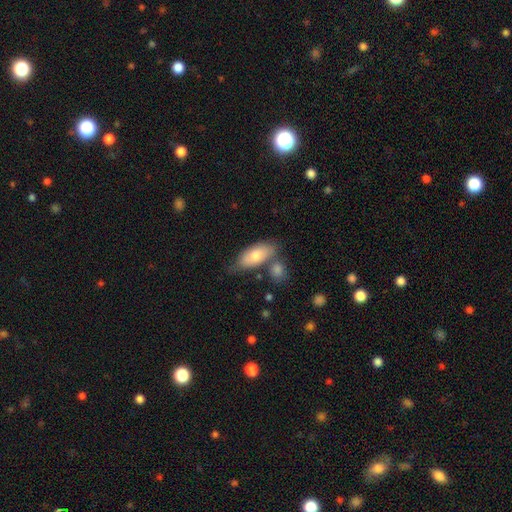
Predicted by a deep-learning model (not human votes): Q: Smooth or featured?
A: smooth (71%); runner-up: featured or disk (21%)
Q: How rounded?
A: in between (84%); runner-up: cigar-shaped (12%)
Q: Merging?
A: none (62%); runner-up: minor disturbance (18%)